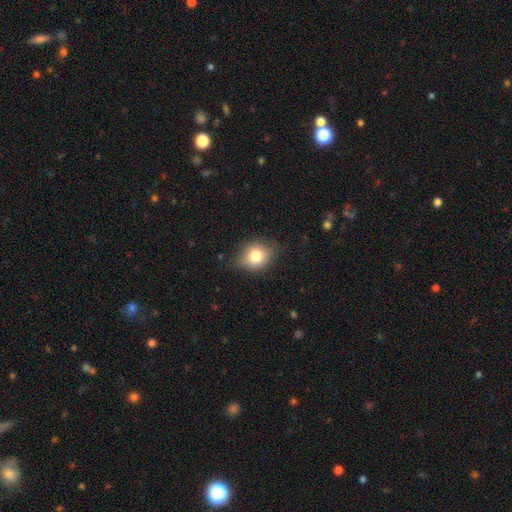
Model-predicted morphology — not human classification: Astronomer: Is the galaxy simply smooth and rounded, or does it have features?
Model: smooth — 78%.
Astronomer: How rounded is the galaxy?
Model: round — 57% (runner-up: in between, 42%).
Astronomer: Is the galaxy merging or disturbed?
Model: none — 69%.